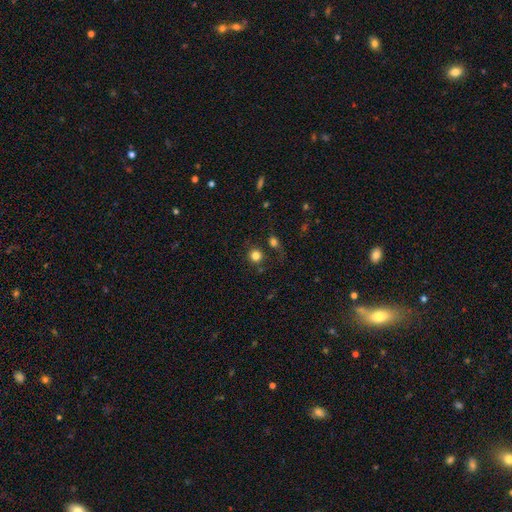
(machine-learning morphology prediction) Smooth or featured? smooth (81%)
How rounded? round (90%)
Merging? none (75%)